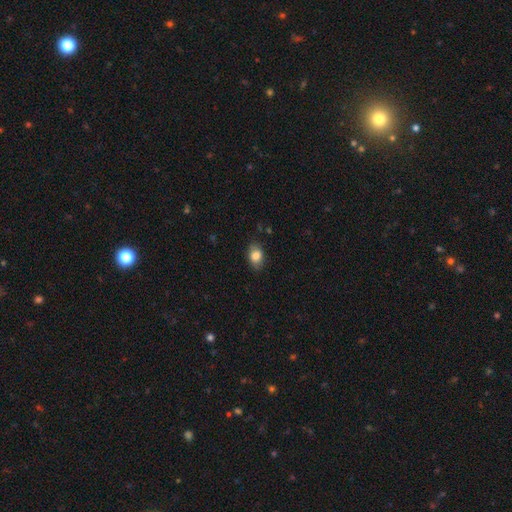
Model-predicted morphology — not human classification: Smooth or featured? Predicted: smooth (p=0.84). How rounded? Predicted: in between (p=0.78). Merging? Predicted: none (p=0.81).